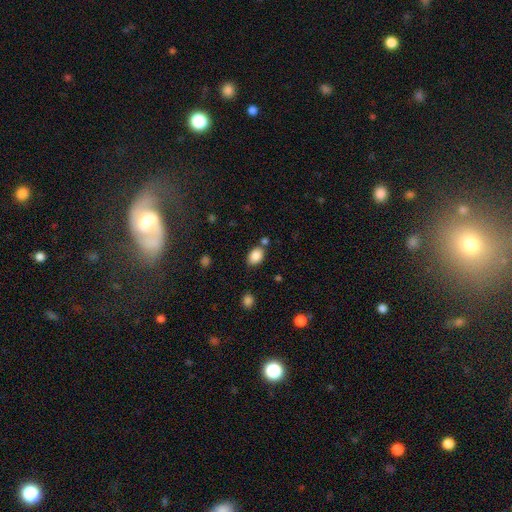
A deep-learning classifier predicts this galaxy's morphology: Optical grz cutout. It shows a smooth galaxy with no disk features (86%) that is in between round and cigar-shaped (77%). Merging: none (71%).